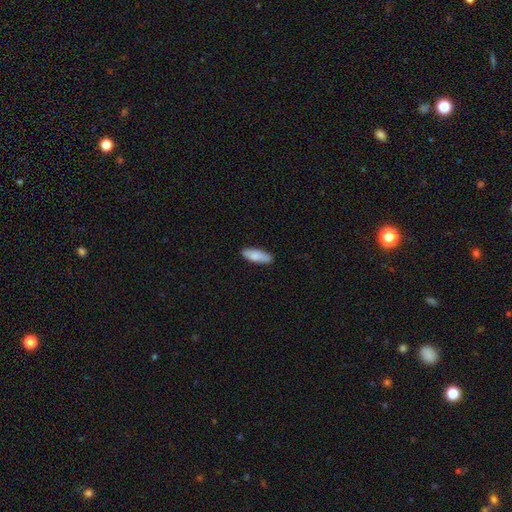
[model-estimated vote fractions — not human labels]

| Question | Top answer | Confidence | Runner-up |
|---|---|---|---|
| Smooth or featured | smooth | 84% | featured or disk (10%) |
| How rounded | in between | 63% | cigar-shaped (36%) |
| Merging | none | 87% | minor disturbance (10%) |